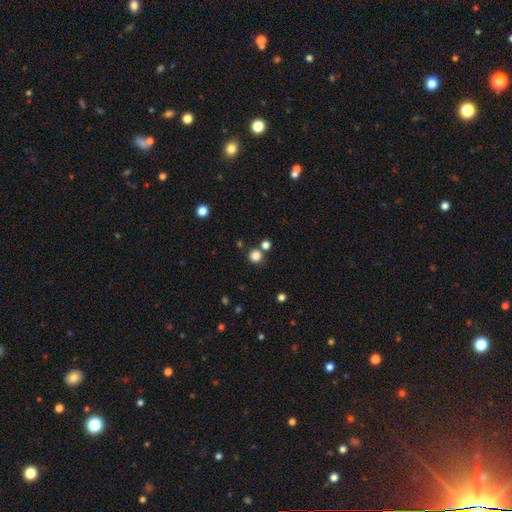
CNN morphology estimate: Overall: smooth (82%). How rounded: round (93%). Merging: none (78%).